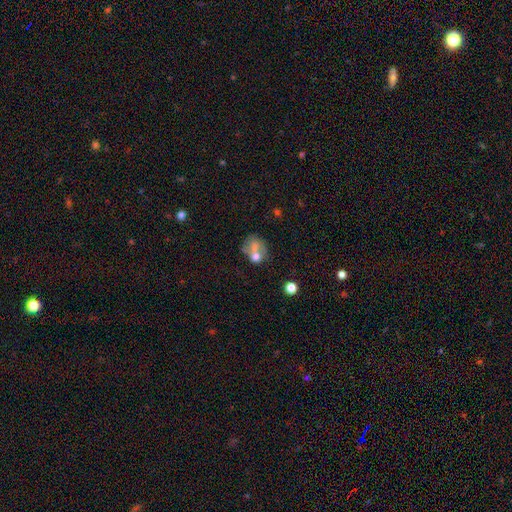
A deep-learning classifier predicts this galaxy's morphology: A smooth galaxy with no disk features (52%) that is round (50%). Merging: none (35%, tied with merger).